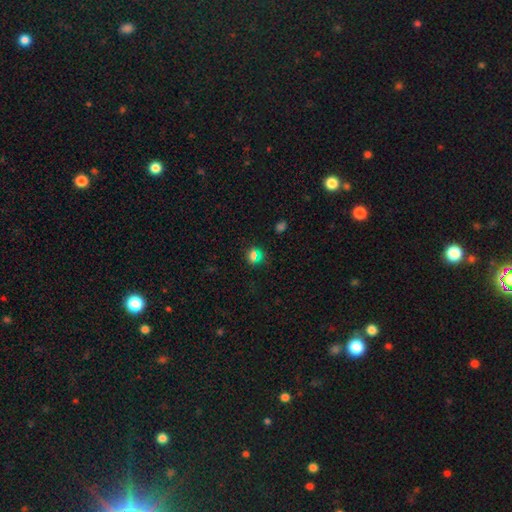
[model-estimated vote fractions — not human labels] Smooth or featured?
  - smooth: 65% *
  - star or artifact: 27%
  - featured or disk: 8%
How rounded?
  - round: 82% *
  - in between: 16%
  - cigar-shaped: 2%
Merging?
  - none: 85% *
  - minor disturbance: 9%
  - major disturbance: 3%
  - merger: 3%